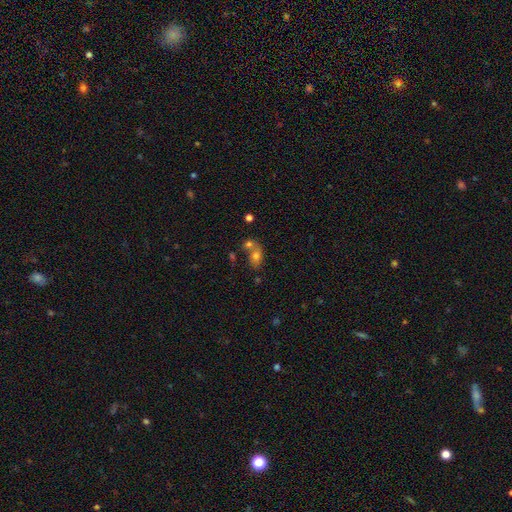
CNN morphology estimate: A smooth galaxy with no disk features (70%) that is in between round and cigar-shaped (70%). Merging: merger (50%).